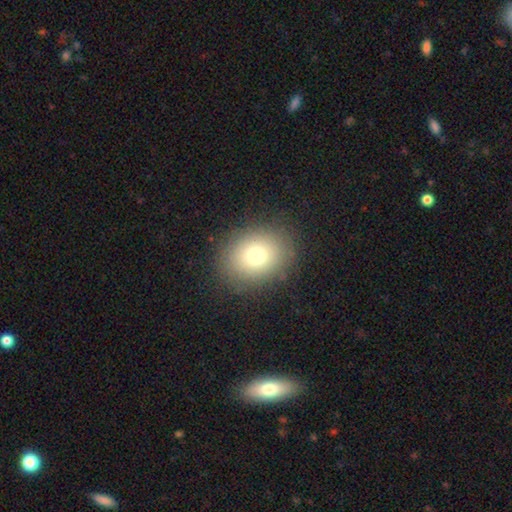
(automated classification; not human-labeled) Smooth or featured? smooth (76%)
How rounded? round (51%)
Merging? none (87%)